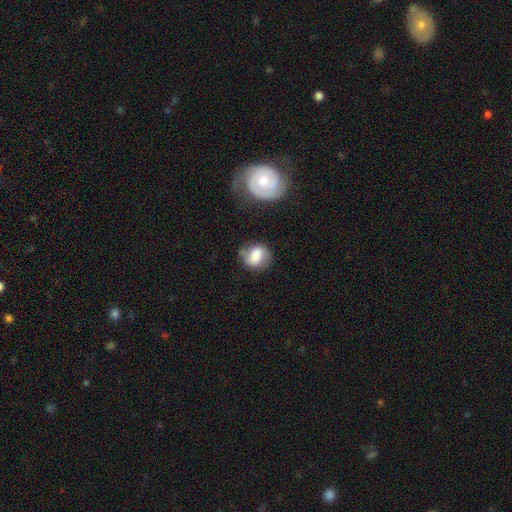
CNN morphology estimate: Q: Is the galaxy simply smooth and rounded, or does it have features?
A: smooth — 66%.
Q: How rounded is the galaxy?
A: round — 55%.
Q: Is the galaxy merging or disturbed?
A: none — 55%.